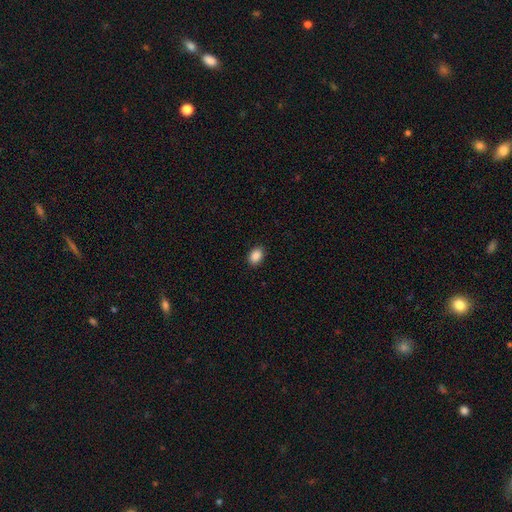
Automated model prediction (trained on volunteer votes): smooth-or-featured: smooth: 88% | star or artifact: 8% | featured or disk: 3%
  how-rounded: in between: 78% | round: 21% | cigar-shaped: 1%
  merging: none: 90% | minor disturbance: 7% | major disturbance: 2% | merger: 1%